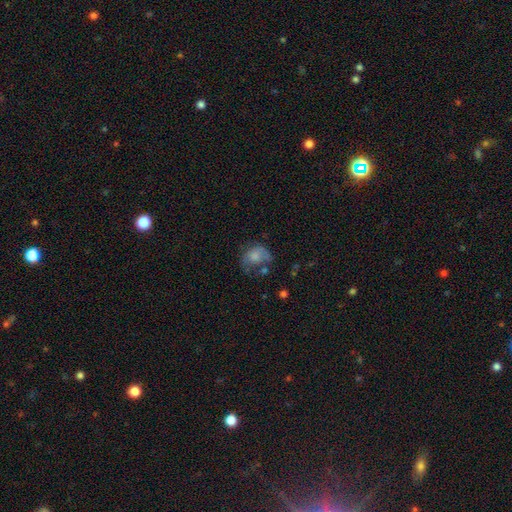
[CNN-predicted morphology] A smooth galaxy with no disk features (62%) that is in between round and cigar-shaped (50%).

Vote fractions:
- Smooth or featured? smooth: 62% / featured or disk: 28% / star or artifact: 10%
- How rounded? in between: 50% / round: 49% / cigar-shaped: 1%
- Merging? major disturbance: 34% / none: 30% / minor disturbance: 27% / merger: 9%